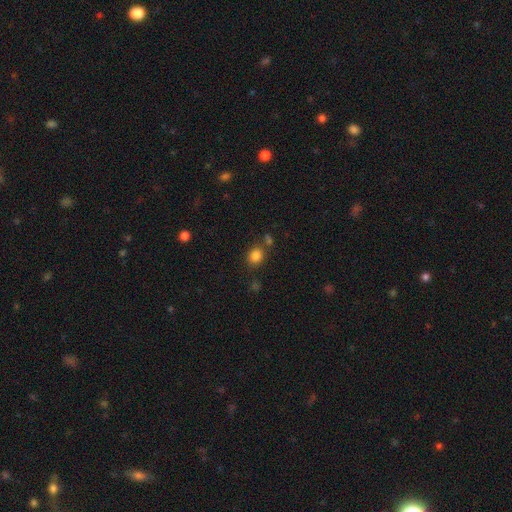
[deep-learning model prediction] Q: Smooth or featured?
A: smooth (83%); runner-up: star or artifact (12%)
Q: How rounded?
A: round (63%); runner-up: in between (36%)
Q: Merging?
A: none (74%); runner-up: minor disturbance (12%)